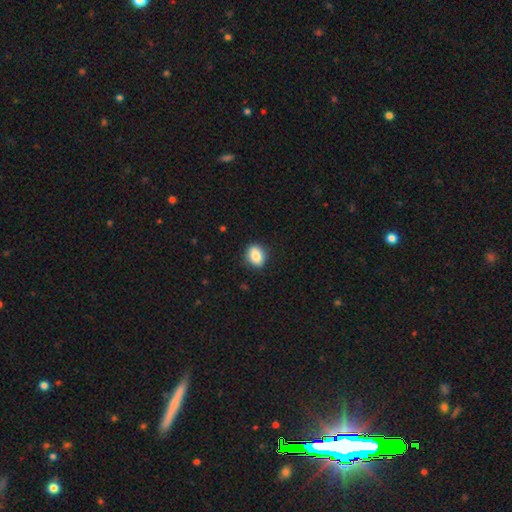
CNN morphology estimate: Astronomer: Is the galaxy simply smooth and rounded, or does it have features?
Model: smooth — 86%.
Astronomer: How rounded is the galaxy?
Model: in between — 61% (runner-up: round, 37%).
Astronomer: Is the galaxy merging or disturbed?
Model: none — 88%.